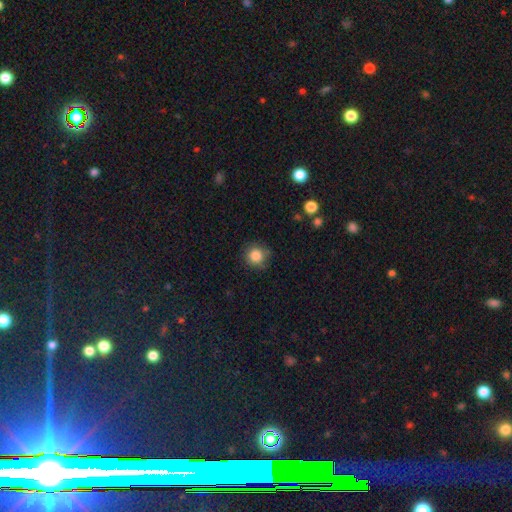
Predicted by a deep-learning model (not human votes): This is clearly a smooth galaxy (84%). How rounded: clearly round (93%). Merging: likely none (79%).